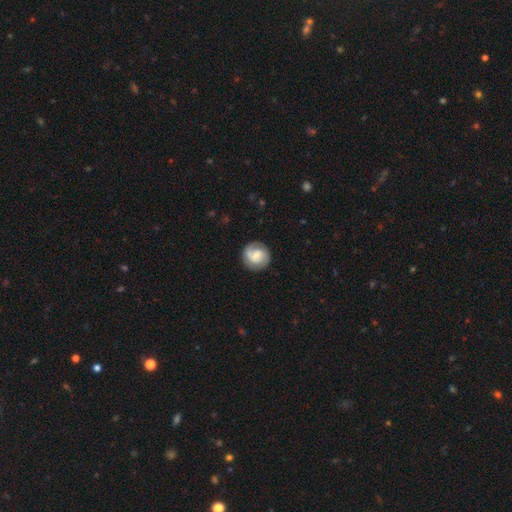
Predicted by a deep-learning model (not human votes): Q: Smooth or featured?
A: featured or disk (61%); runner-up: smooth (32%)
Q: Edge-on disk?
A: no (98%); runner-up: yes (2%)
Q: Bar?
A: weak (50%); runner-up: no (37%)
Q: Spiral arms?
A: yes (89%); runner-up: no (11%)
Q: Spiral winding?
A: tight (47%); runner-up: medium (38%)
Q: Spiral arm count?
A: 2 (73%); runner-up: can't tell (12%)
Q: Bulge size?
A: small (45%); runner-up: moderate (42%)
Q: Merging?
A: none (83%); runner-up: minor disturbance (12%)